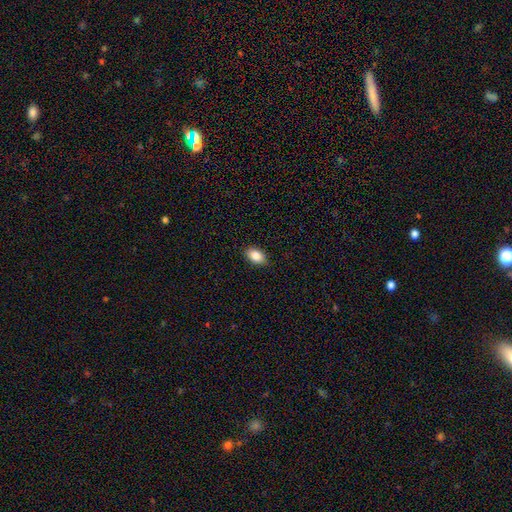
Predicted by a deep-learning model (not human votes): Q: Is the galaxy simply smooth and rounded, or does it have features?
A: smooth — 86%.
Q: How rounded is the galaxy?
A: in between — 89%.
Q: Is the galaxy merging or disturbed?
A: none — 88%.